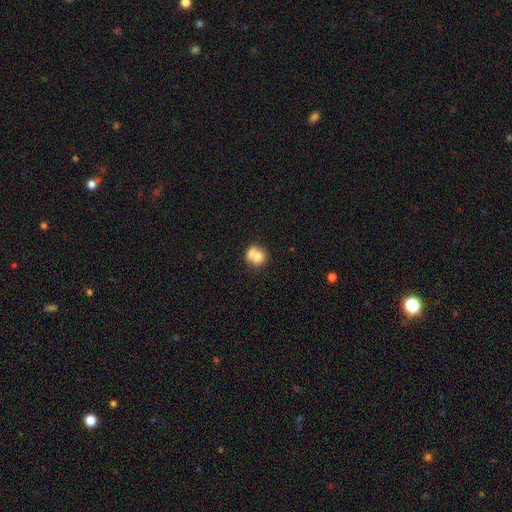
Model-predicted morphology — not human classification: This appears to be a smooth galaxy with no disk features (68%) that is round (80%). Merging: merger (52%).